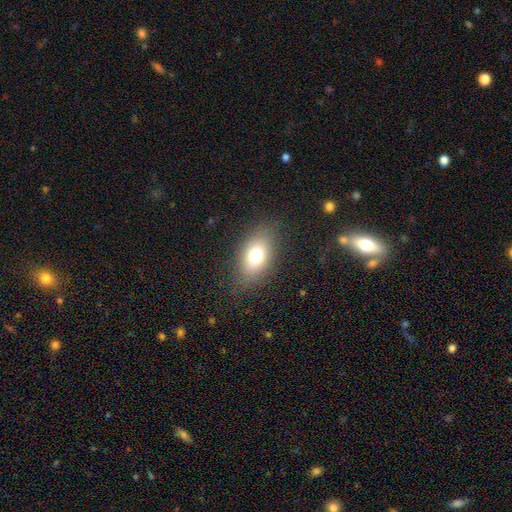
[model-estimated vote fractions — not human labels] This appears to be a smooth galaxy with no disk features (73%) that is in between round and cigar-shaped (84%). Merging: none (83%).